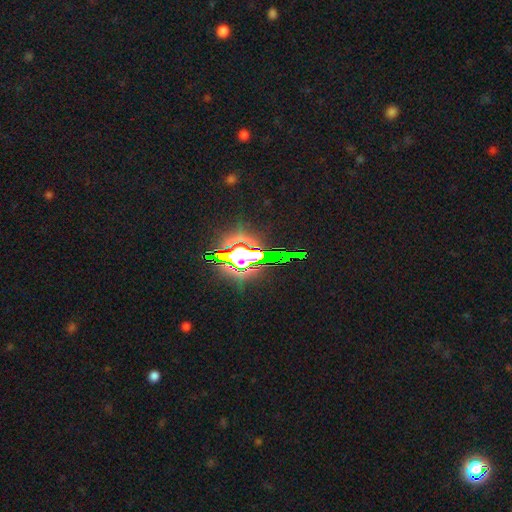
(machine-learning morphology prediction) A star or artifact, not a galaxy (79%).